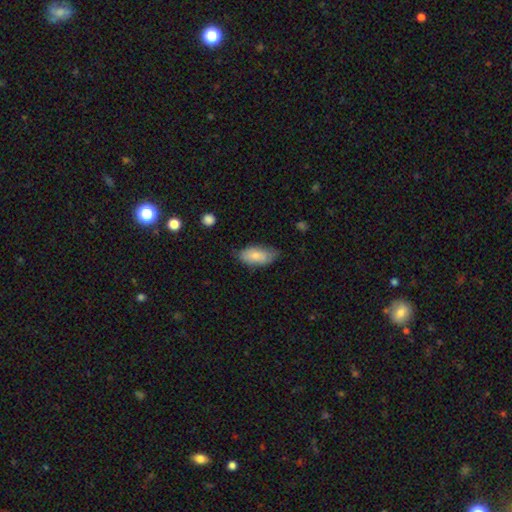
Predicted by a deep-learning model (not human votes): Smooth or featured? smooth (82%)
How rounded? in between (91%)
Merging? none (64%)